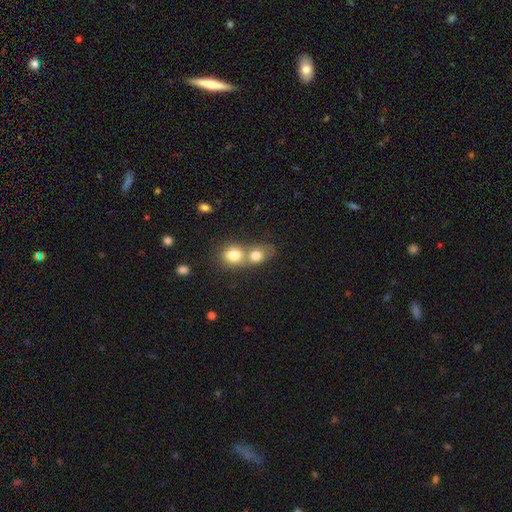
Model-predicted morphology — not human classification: Smooth or featured? smooth (78%)
How rounded? round (65%)
Merging? merger (65%)